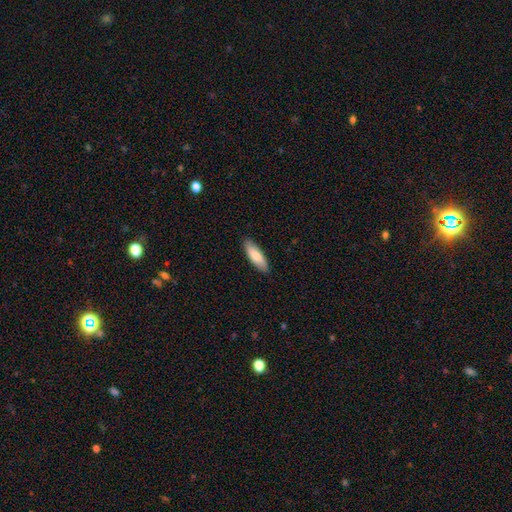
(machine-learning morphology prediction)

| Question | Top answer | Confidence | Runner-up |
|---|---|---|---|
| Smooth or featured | smooth | 80% | featured or disk (15%) |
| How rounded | in between | 57% | cigar-shaped (41%) |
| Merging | none | 88% | minor disturbance (9%) |